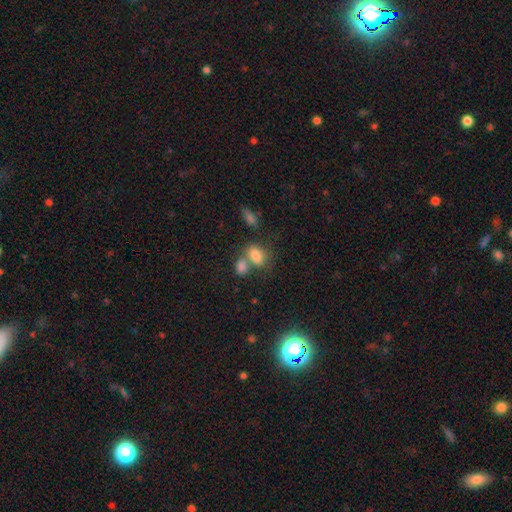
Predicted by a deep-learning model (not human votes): This is likely a smooth galaxy (80%). How rounded: clearly in between (82%). Merging: possibly merger (47%).